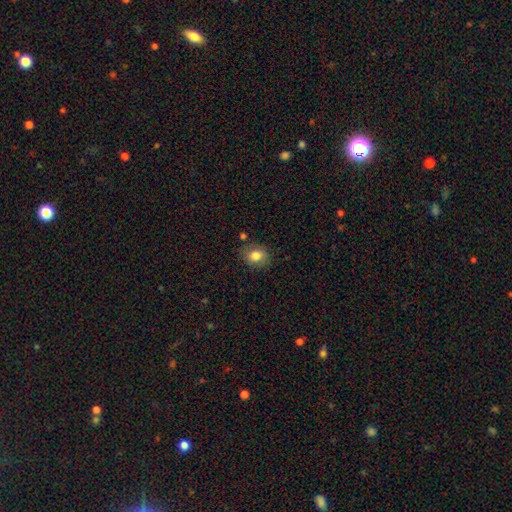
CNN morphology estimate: A smooth galaxy with no disk features (82%) that is round (57%). Merging: none (80%).